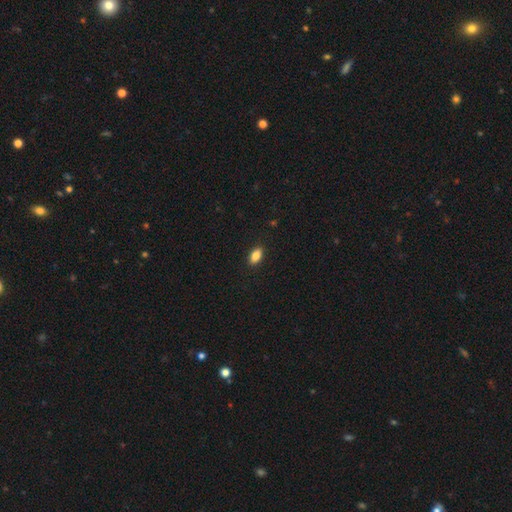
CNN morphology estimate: type=smooth (85%); roundness=in between (90%); merging=none (89%).